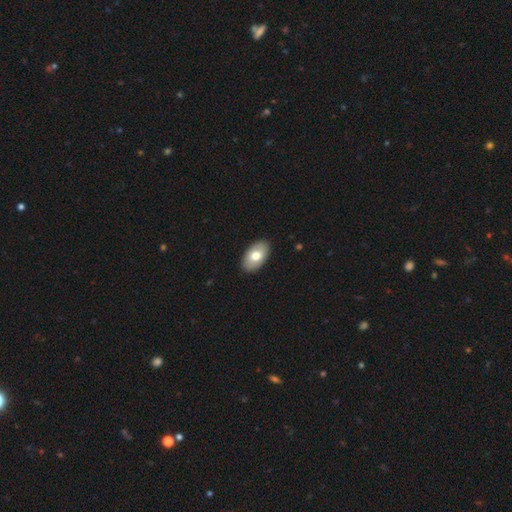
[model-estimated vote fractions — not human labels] A smooth galaxy with no disk features (72%) that is in between round and cigar-shaped (95%).

Vote fractions:
- Smooth or featured? smooth: 72% / featured or disk: 23% / star or artifact: 6%
- How rounded? in between: 95% / round: 4% / cigar-shaped: 1%
- Merging? none: 90% / minor disturbance: 8% / major disturbance: 2% / merger: 1%